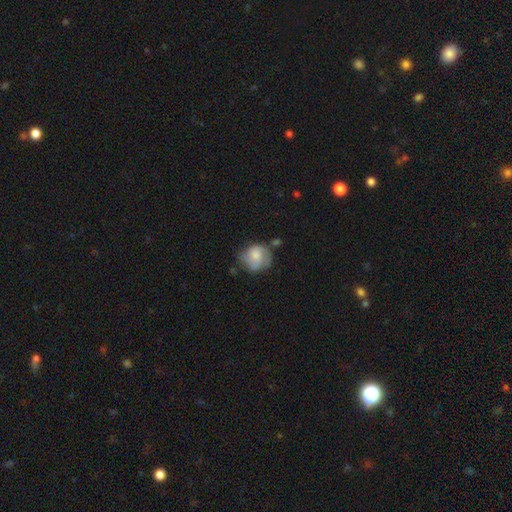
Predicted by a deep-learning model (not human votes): smooth_or_featured: smooth (p=0.55) [alt: featured or disk p=0.37]
how_rounded: round (p=0.74) [alt: in between p=0.25]
merging: none (p=0.49) [alt: minor disturbance p=0.30]